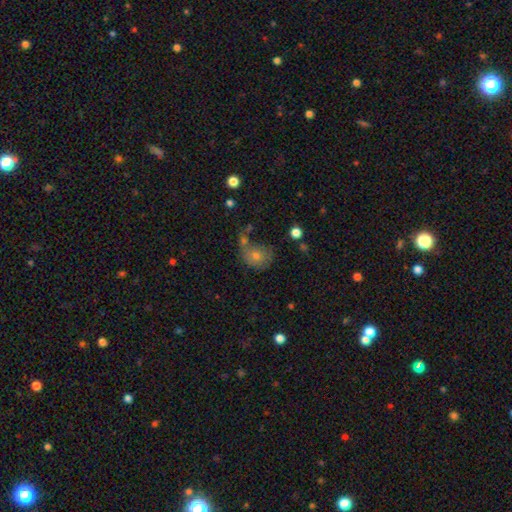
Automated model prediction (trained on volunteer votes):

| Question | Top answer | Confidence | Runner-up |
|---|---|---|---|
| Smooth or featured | smooth | 62% | featured or disk (24%) |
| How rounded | round | 67% | in between (32%) |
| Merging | none | 46% | minor disturbance (20%) |